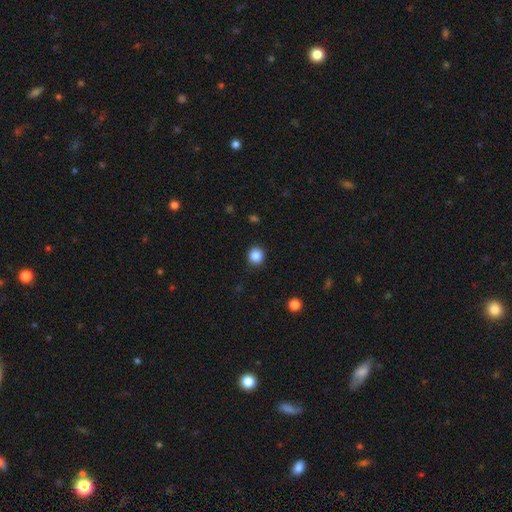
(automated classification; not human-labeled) smooth_or_featured: smooth (p=0.86) [alt: star or artifact p=0.11]
how_rounded: round (p=0.92) [alt: in between p=0.07]
merging: none (p=0.90) [alt: minor disturbance p=0.07]